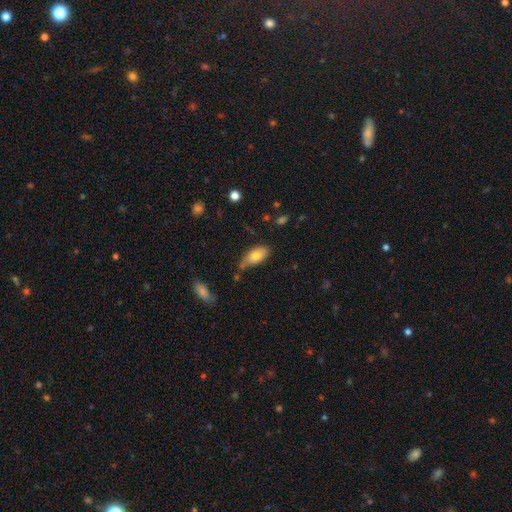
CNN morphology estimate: A smooth galaxy with no disk features (75%) that is in between round and cigar-shaped (90%).

Vote fractions:
- Smooth or featured? smooth: 75% / featured or disk: 18% / star or artifact: 7%
- How rounded? in between: 90% / cigar-shaped: 7% / round: 3%
- Merging? none: 52% / minor disturbance: 33% / major disturbance: 8% / merger: 7%